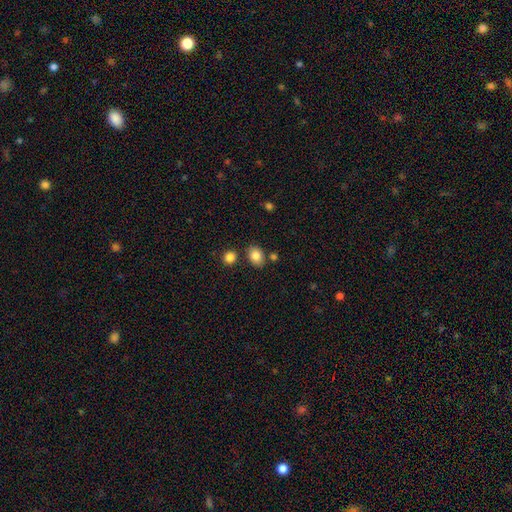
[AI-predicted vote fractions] This appears to be a smooth galaxy with no disk features (84%) that is in between round and cigar-shaped (58%). Merging: none (77%).